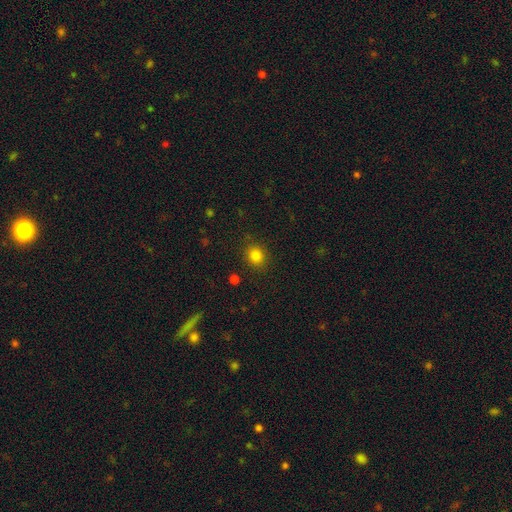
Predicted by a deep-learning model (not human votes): smooth_or_featured: smooth (p=0.82) [alt: star or artifact p=0.13]
how_rounded: round (p=0.73) [alt: in between p=0.26]
merging: none (p=0.88) [alt: minor disturbance p=0.08]